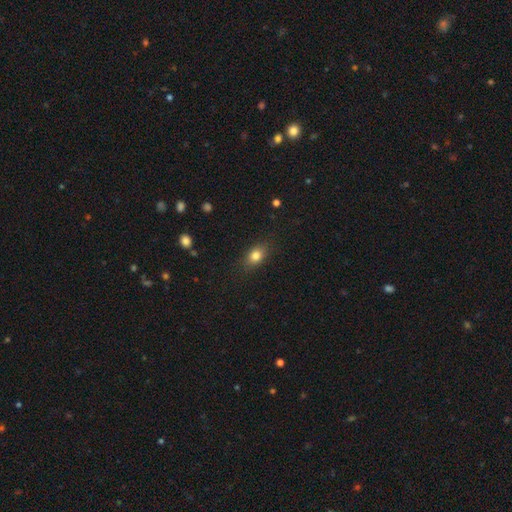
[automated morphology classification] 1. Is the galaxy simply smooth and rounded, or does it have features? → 81% smooth, 10% star or artifact, 9% featured or disk.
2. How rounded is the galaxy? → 72% in between, 24% round, 4% cigar-shaped.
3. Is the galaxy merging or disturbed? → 84% none, 12% minor disturbance, 3% major disturbance, 1% merger.